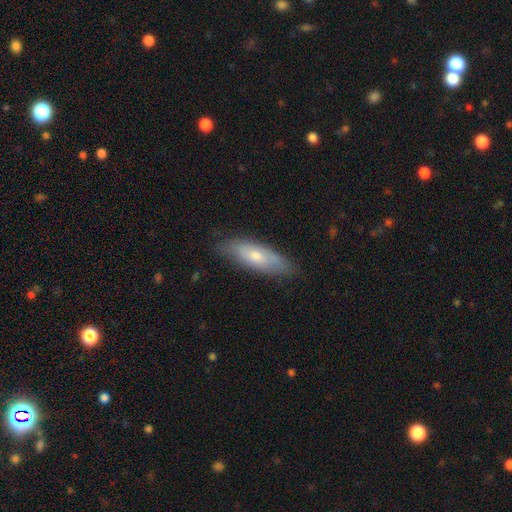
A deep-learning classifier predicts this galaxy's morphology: A smooth galaxy with no disk features (63%) that is in between round and cigar-shaped (51%). Merging: none (80%).